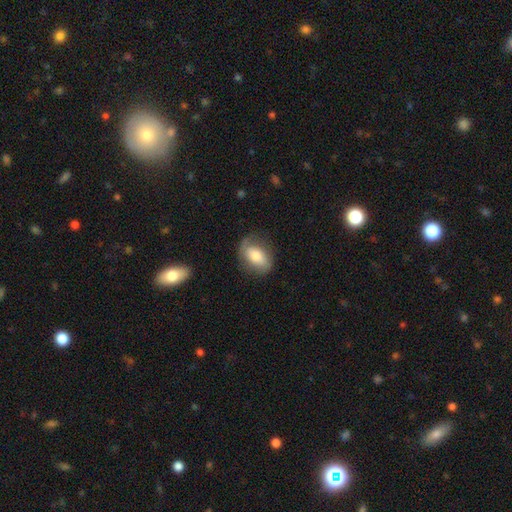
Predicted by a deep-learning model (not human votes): Smooth or featured? Predicted: smooth (p=0.60). How rounded? Predicted: in between (p=0.81). Merging? Predicted: none (p=0.67).